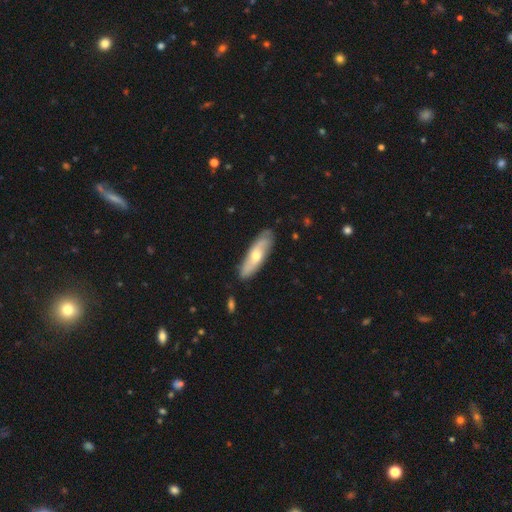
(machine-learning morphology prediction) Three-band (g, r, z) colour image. It shows a featured or disk galaxy (51%). Merging: none (82%).